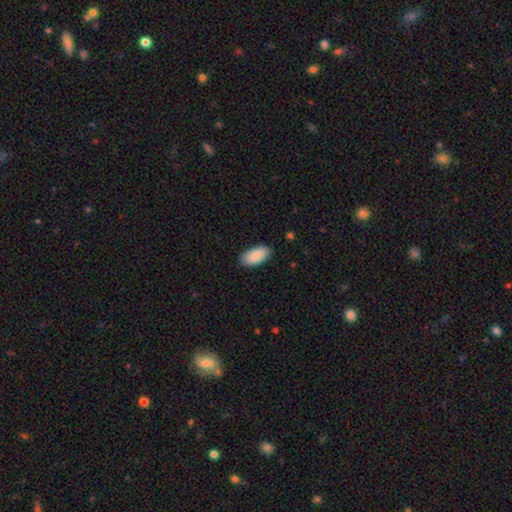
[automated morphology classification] A smooth galaxy with no disk features (89%) that is in between round and cigar-shaped (94%). Merging: none (88%).